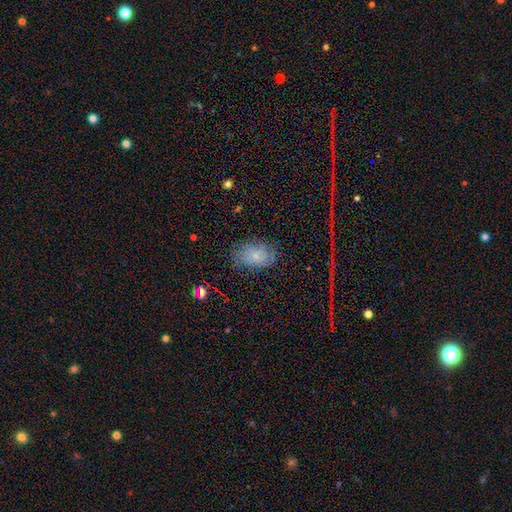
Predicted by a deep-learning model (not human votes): Q: Smooth or featured?
A: smooth (59%); runner-up: featured or disk (26%)
Q: How rounded?
A: in between (86%); runner-up: round (12%)
Q: Merging?
A: none (72%); runner-up: minor disturbance (20%)